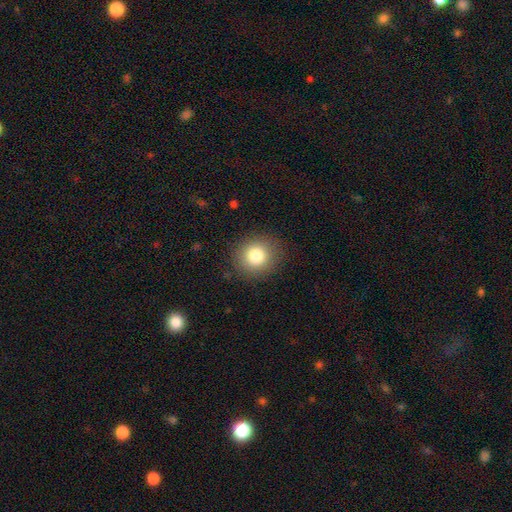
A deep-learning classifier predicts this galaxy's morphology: type=smooth (81%); roundness=round (89%); merging=none (89%).